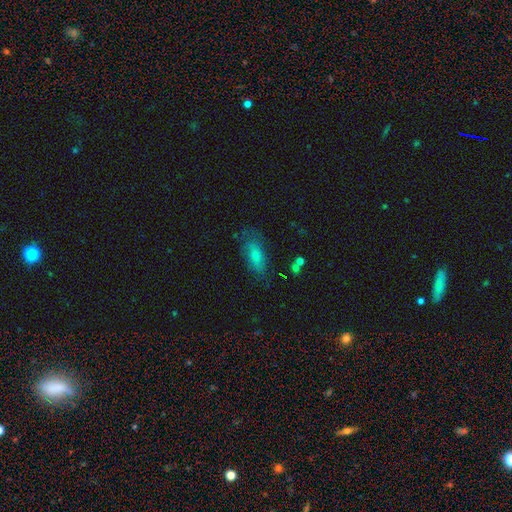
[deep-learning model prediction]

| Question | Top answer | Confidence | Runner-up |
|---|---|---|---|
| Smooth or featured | smooth | 70% | featured or disk (21%) |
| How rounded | in between | 80% | cigar-shaped (16%) |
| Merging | none | 63% | minor disturbance (24%) |